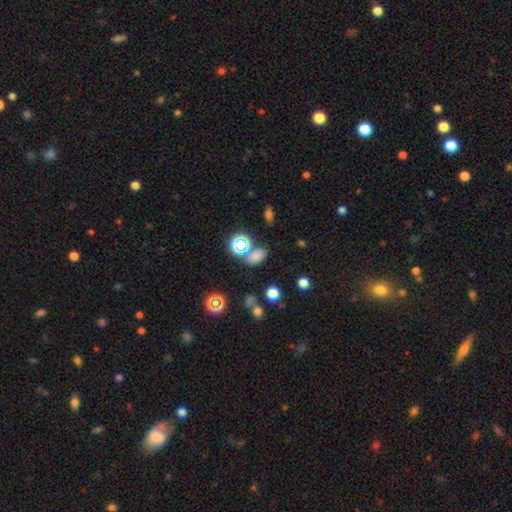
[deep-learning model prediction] Morphology: type=smooth (62%); roundness=in between (79%); merging=none (65%).